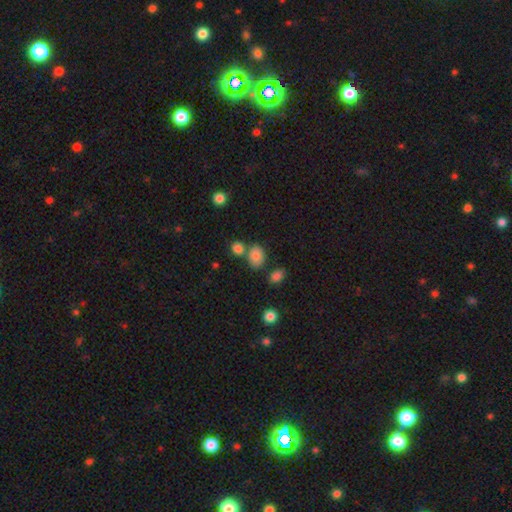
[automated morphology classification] Smooth or featured?
  - smooth: 82% *
  - star or artifact: 11%
  - featured or disk: 7%
How rounded?
  - in between: 63% *
  - round: 36%
  - cigar-shaped: 1%
Merging?
  - none: 63% *
  - merger: 20%
  - minor disturbance: 13%
  - major disturbance: 4%